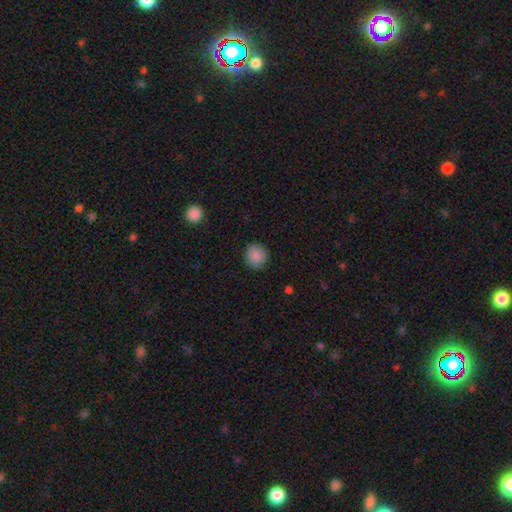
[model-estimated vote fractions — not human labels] smooth 88%, star or artifact 8%, featured or disk 3%. Down the decision tree: how rounded — round (89%); merging — none (90%).